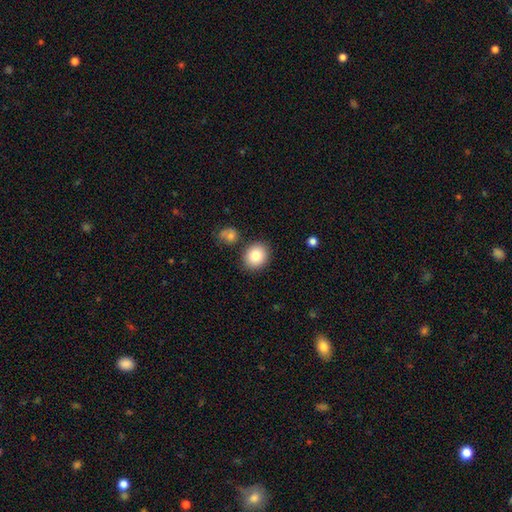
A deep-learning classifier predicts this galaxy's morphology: The model was most divided on "how rounded": round: 77%, in between: 22%, cigar-shaped: 1%. More confident: merging — none (84%); smooth or featured — smooth (83%).